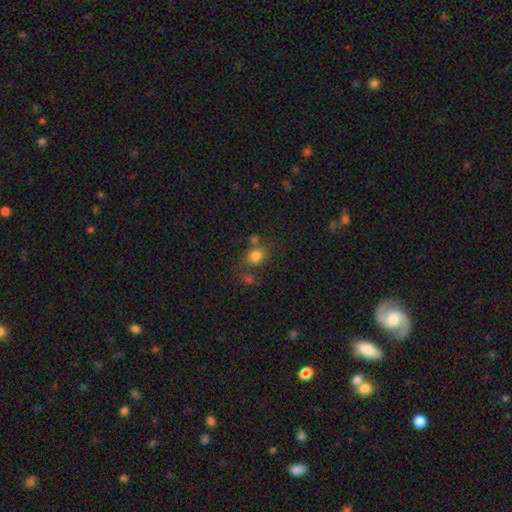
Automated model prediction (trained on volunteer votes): Smooth or featured?
  - smooth: 80% *
  - star or artifact: 13%
  - featured or disk: 8%
How rounded?
  - round: 56% *
  - in between: 43%
  - cigar-shaped: 1%
Merging?
  - none: 59% *
  - merger: 18%
  - minor disturbance: 15%
  - major disturbance: 7%